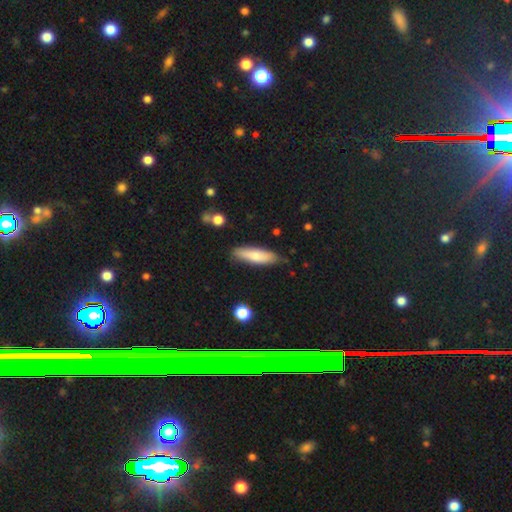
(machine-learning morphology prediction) A smooth galaxy with no disk features (75%) that is cigar-shaped (60%). Merging: none (80%).